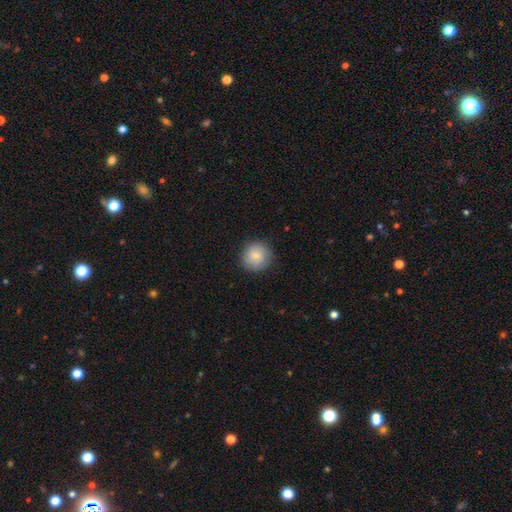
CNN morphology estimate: smooth-or-featured: smooth: 82% | featured or disk: 11% | star or artifact: 7%
  how-rounded: round: 92% | in between: 7% | cigar-shaped: 1%
  merging: none: 86% | minor disturbance: 10% | major disturbance: 3% | merger: 1%